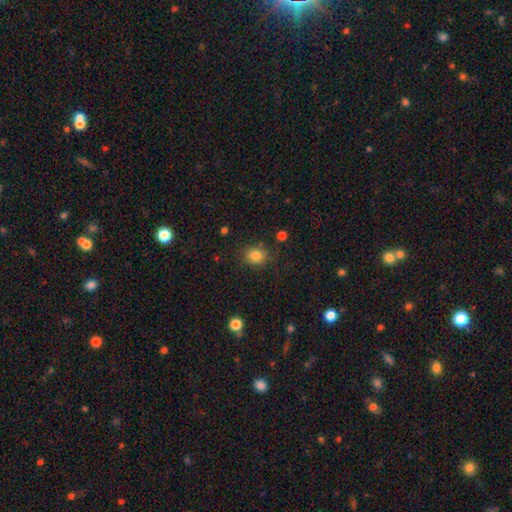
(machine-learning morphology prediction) smooth 82%, star or artifact 12%, featured or disk 6%. Down the decision tree: how rounded — round (67%); merging — none (83%).